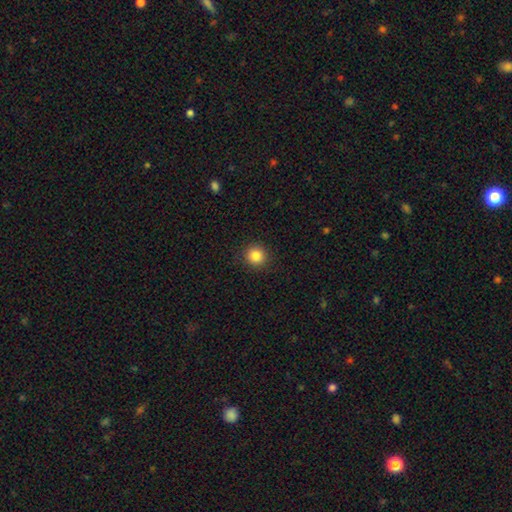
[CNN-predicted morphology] smooth-or-featured: smooth: 85% | star or artifact: 10% | featured or disk: 4%
  how-rounded: round: 92% | in between: 7% | cigar-shaped: 1%
  merging: none: 91% | minor disturbance: 6% | major disturbance: 2% | merger: 1%